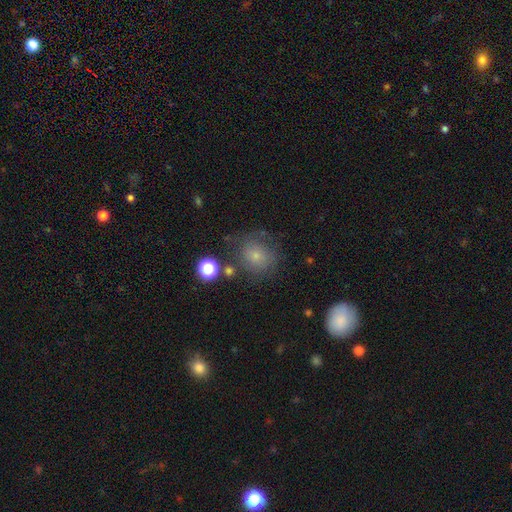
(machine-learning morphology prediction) A smooth galaxy with no disk features (67%) that is round (82%). Merging: none (61%).